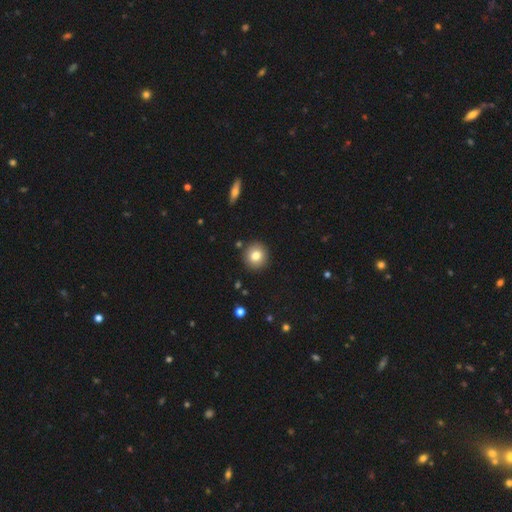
Smooth or featured? 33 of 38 (87%) said smooth. How rounded? 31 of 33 (94%) said round. Merging? 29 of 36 (81%) said none.